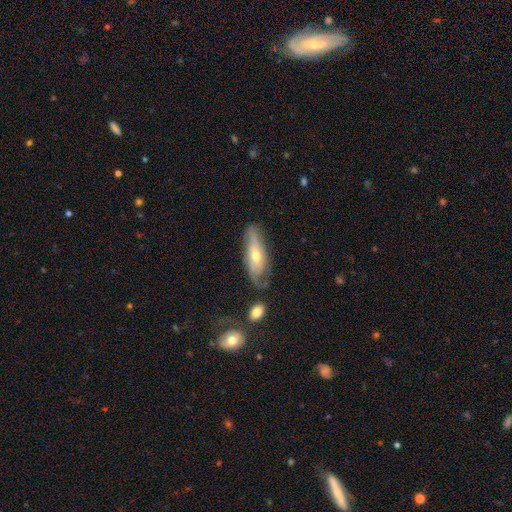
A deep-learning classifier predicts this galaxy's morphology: type=featured or disk (54%); edge-on=no (68%); merging=none (57%).